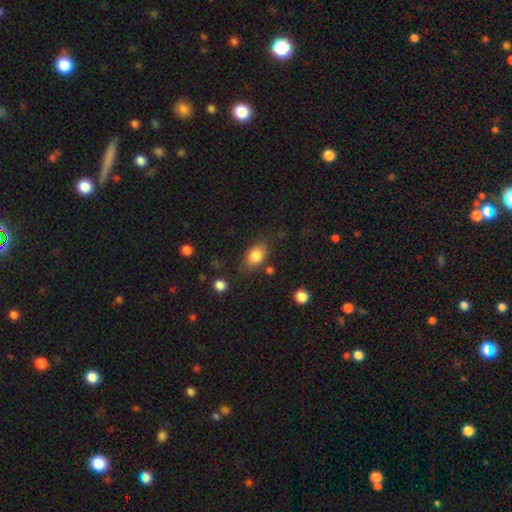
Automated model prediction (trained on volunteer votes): Morphology: type=smooth (83%); roundness=in between (75%); merging=none (73%).